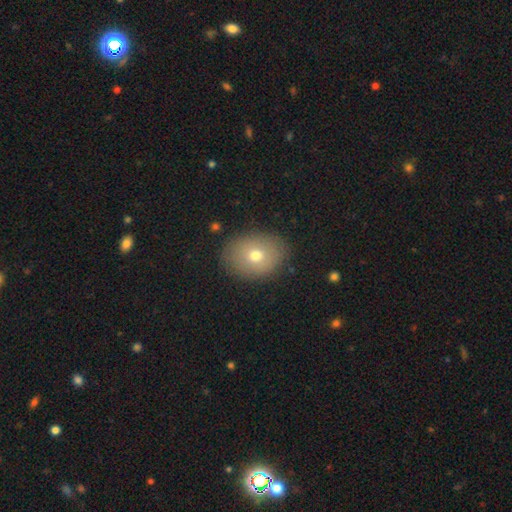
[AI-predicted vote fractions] Overall: smooth (70%). How rounded: in between (59%; round 40%). Merging: none (85%).